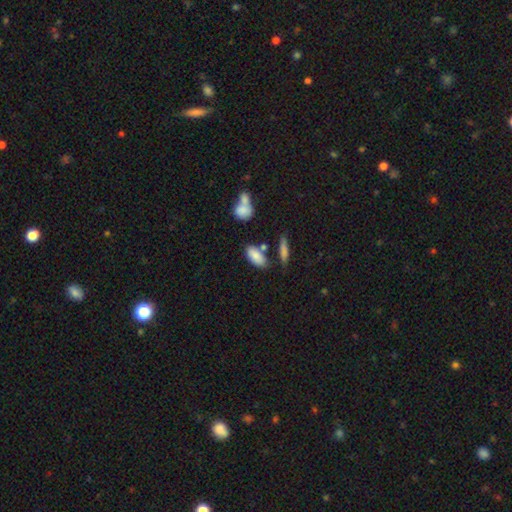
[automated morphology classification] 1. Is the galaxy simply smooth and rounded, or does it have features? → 83% smooth, 10% featured or disk, 8% star or artifact.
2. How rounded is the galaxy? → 89% in between, 8% cigar-shaped, 3% round.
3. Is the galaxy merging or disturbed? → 66% none, 16% minor disturbance, 13% merger, 5% major disturbance.